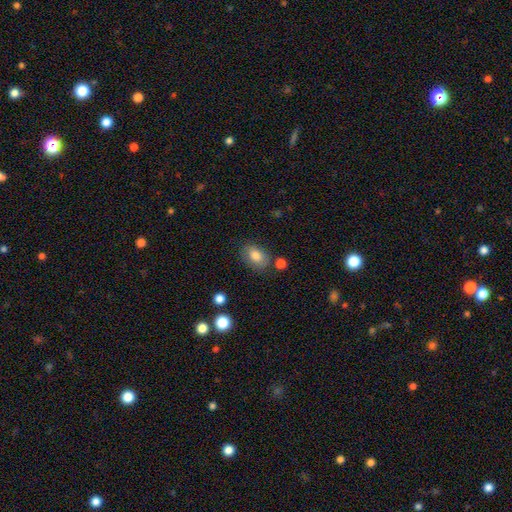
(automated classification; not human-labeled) This appears to be a smooth galaxy with no disk features (83%) that is in between round and cigar-shaped (82%). Merging: none (77%).